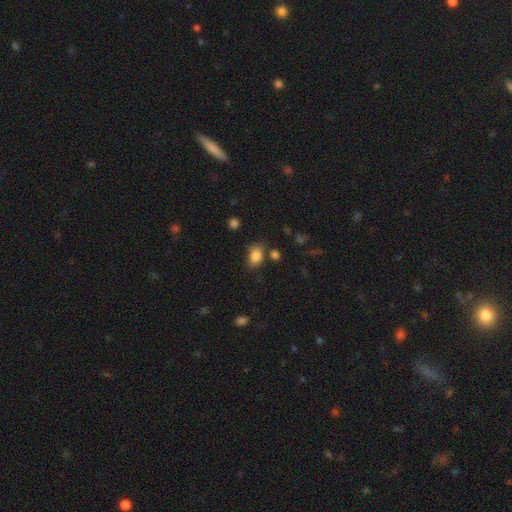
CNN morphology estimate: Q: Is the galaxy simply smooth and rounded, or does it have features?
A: smooth — 85%.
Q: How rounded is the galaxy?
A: in between — 76%.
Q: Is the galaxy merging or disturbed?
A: none — 70%.